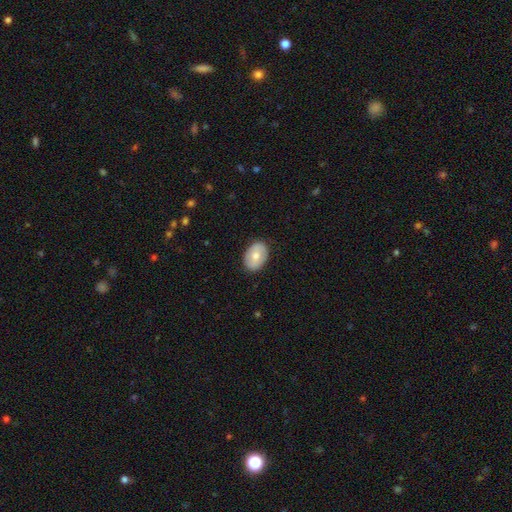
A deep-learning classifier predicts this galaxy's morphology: smooth-or-featured: smooth: 68% | featured or disk: 26% | star or artifact: 6%
  how-rounded: in between: 82% | round: 17% | cigar-shaped: 1%
  merging: none: 87% | minor disturbance: 10% | major disturbance: 2% | merger: 1%